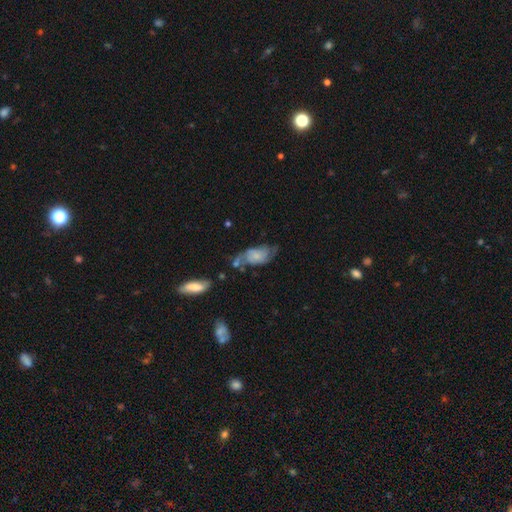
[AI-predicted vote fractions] A featured or disk galaxy (56%) with no bar (68%), spiral arms (84%) and a small central bulge (40%).

Vote fractions:
- Smooth or featured? featured or disk: 56% / smooth: 36% / star or artifact: 8%
- Edge-on disk? no: 94% / yes: 6%
- Bar? no: 68% / weak: 27% / strong: 5%
- Spiral arms? yes: 84% / no: 16%
- Bulge size? small: 40% / none: 32% / moderate: 18% / large: 7% / dominant: 2%
- Merging? none: 42% / minor disturbance: 28% / major disturbance: 20% / merger: 10%